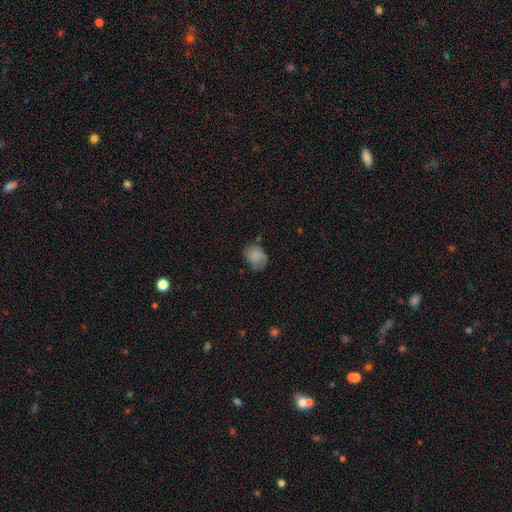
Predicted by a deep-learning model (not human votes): Q: Smooth or featured?
A: smooth (75%); runner-up: featured or disk (16%)
Q: How rounded?
A: in between (58%); runner-up: round (41%)
Q: Merging?
A: none (53%); runner-up: minor disturbance (32%)